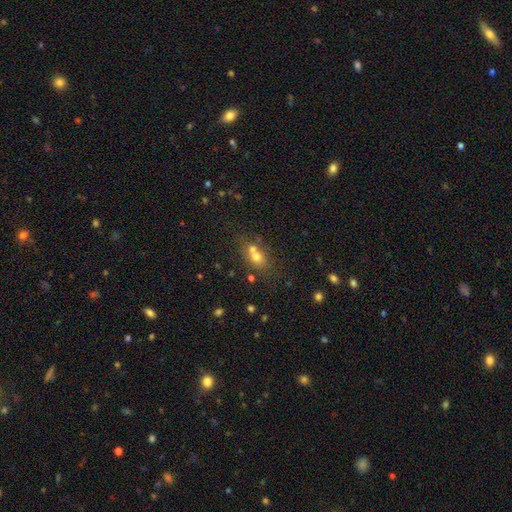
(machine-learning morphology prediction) Overall: smooth (63%). How rounded: in between (56%; round 40%). Merging: none (44%; merger 42%).